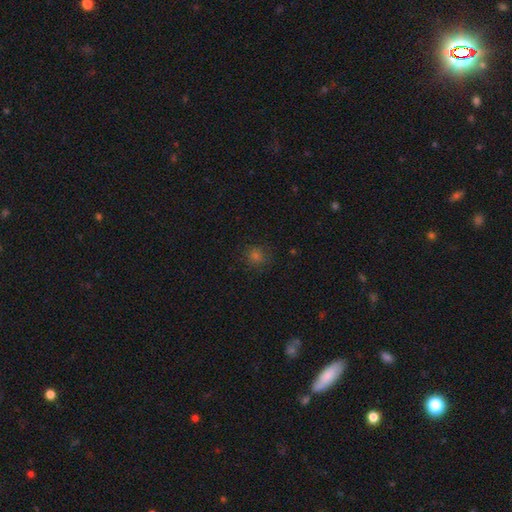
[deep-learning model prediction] Smooth or featured: smooth — 71% (star or artifact — 23%)
How rounded: round — 89% (in between — 10%)
Merging: none — 86% (minor disturbance — 10%)